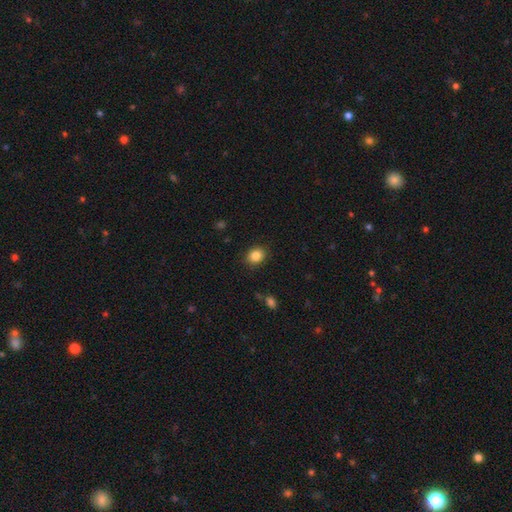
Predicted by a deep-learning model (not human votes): Morphology: type=smooth (85%); roundness=round (59%); merging=none (87%).